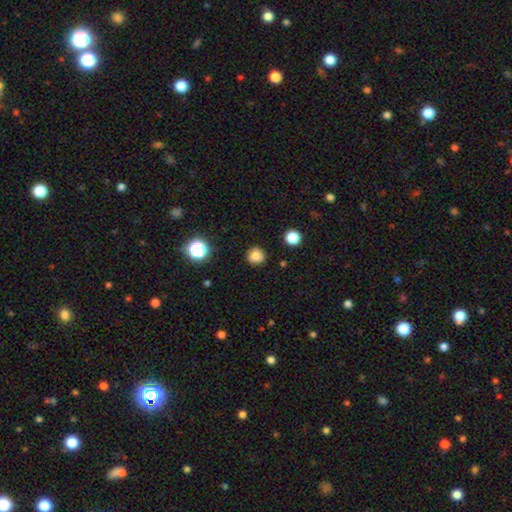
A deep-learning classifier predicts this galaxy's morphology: smooth_or_featured: smooth (p=0.82) [alt: star or artifact p=0.13]
how_rounded: round (p=0.91) [alt: in between p=0.08]
merging: none (p=0.89) [alt: minor disturbance p=0.08]